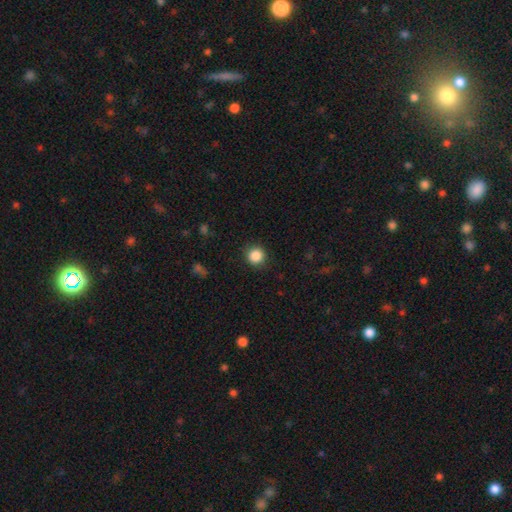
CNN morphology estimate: Smooth or featured?
  - smooth: 87% *
  - star or artifact: 10%
  - featured or disk: 3%
How rounded?
  - round: 93% *
  - in between: 6%
  - cigar-shaped: 1%
Merging?
  - none: 89% *
  - minor disturbance: 8%
  - major disturbance: 3%
  - merger: 1%